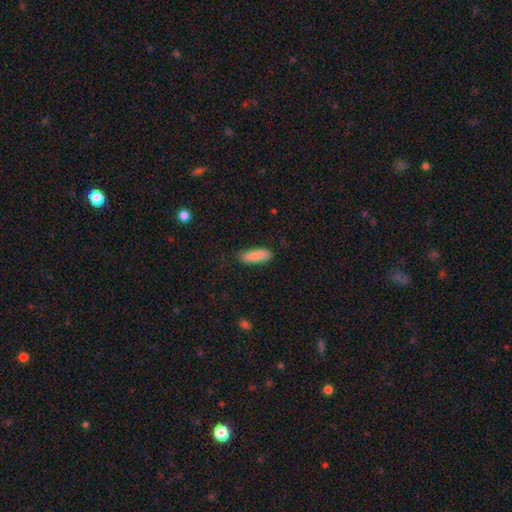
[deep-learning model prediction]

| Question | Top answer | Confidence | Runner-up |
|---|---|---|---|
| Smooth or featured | smooth | 84% | featured or disk (10%) |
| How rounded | in between | 59% | cigar-shaped (39%) |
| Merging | none | 77% | minor disturbance (18%) |